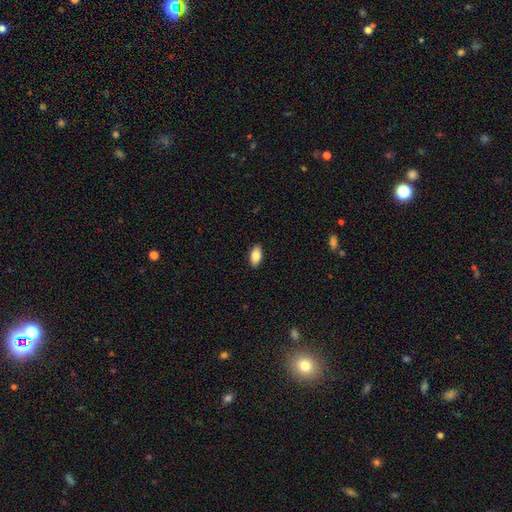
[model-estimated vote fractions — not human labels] Q: Smooth or featured?
A: smooth (85%); runner-up: featured or disk (8%)
Q: How rounded?
A: in between (91%); runner-up: cigar-shaped (6%)
Q: Merging?
A: none (89%); runner-up: minor disturbance (8%)